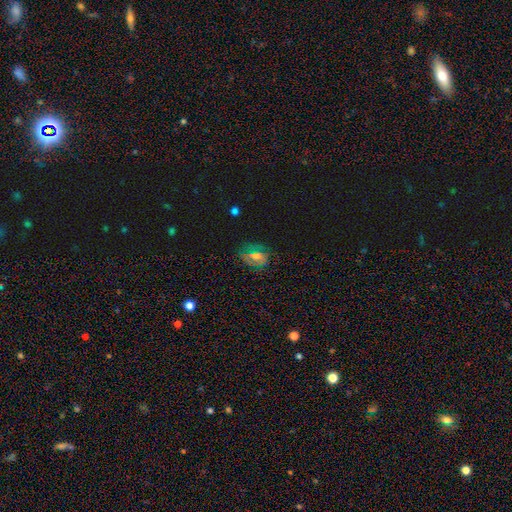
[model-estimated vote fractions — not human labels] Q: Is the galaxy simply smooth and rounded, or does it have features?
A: featured or disk — 44%.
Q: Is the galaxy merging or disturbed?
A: none — 74%.